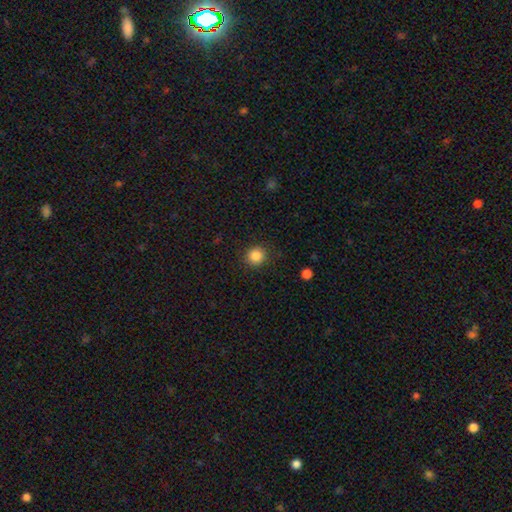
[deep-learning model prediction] Q: Smooth or featured?
A: smooth (85%); runner-up: star or artifact (11%)
Q: How rounded?
A: round (92%); runner-up: in between (7%)
Q: Merging?
A: none (89%); runner-up: minor disturbance (8%)